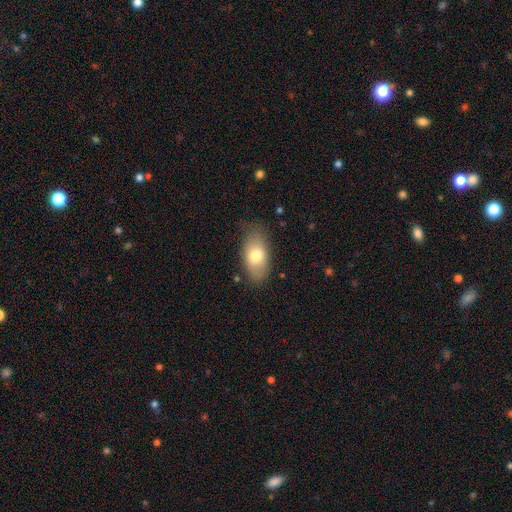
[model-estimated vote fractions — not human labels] This is likely a smooth galaxy (75%). How rounded: clearly in between (91%). Merging: likely none (75%).